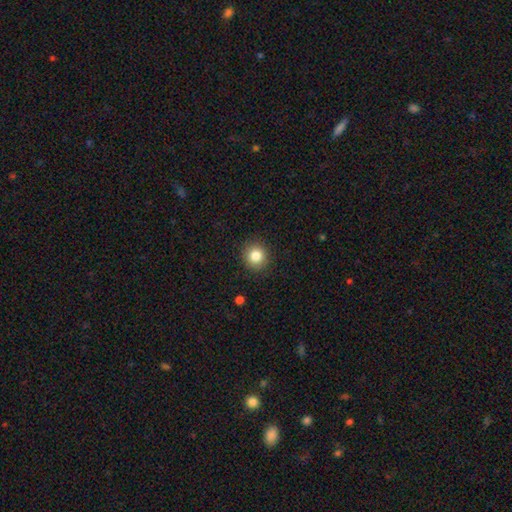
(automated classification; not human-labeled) smooth 83%, star or artifact 11%, featured or disk 6%. Down the decision tree: how rounded — round (91%); merging — none (90%).